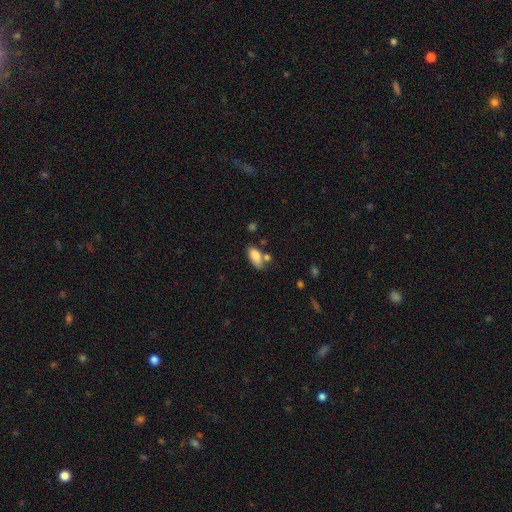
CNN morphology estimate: A smooth galaxy with no disk features (83%) that is in between round and cigar-shaped (89%).

Vote fractions:
- Smooth or featured? smooth: 83% / featured or disk: 9% / star or artifact: 8%
- How rounded? in between: 89% / cigar-shaped: 9% / round: 3%
- Merging? none: 58% / minor disturbance: 19% / merger: 17% / major disturbance: 5%